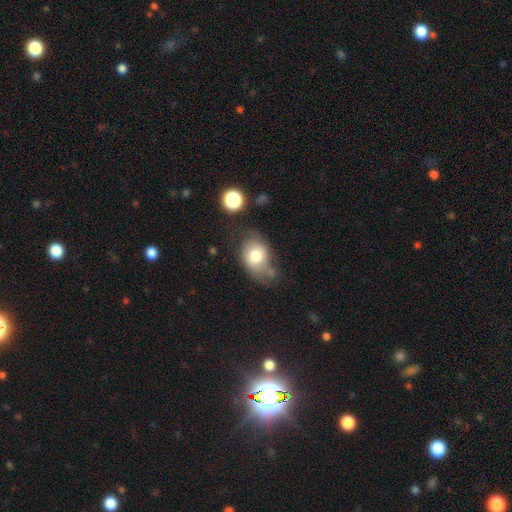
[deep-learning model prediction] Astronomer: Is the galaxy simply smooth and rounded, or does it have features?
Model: smooth — 73%.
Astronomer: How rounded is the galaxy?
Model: in between — 70%.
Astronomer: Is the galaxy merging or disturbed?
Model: none — 44% (runner-up: minor disturbance, 31%).